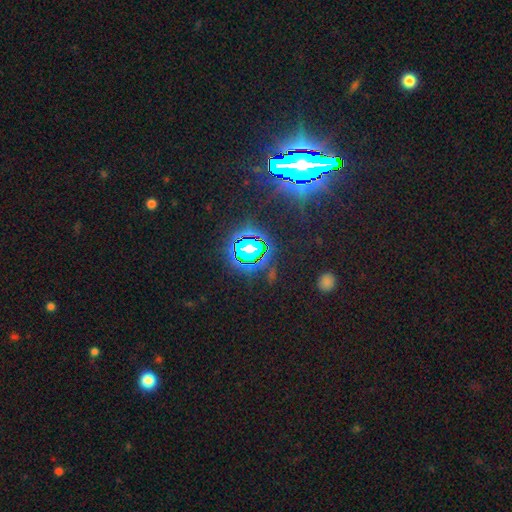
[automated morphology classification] smooth_or_featured: star or artifact (p=0.82) [alt: smooth p=0.10]